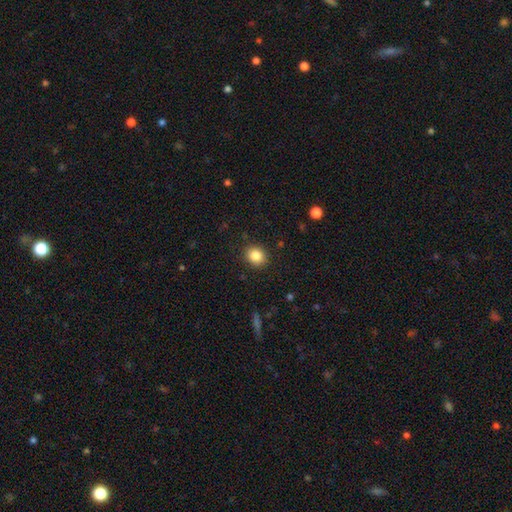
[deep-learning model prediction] Overall: smooth (85%). How rounded: round (74%). Merging: none (89%).